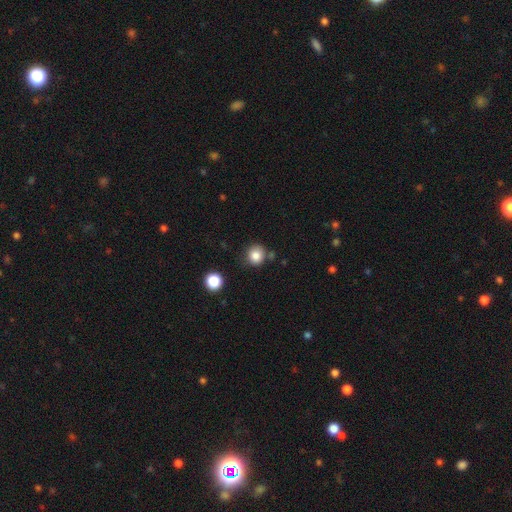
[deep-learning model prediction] smooth-or-featured: smooth: 84% | star or artifact: 11% | featured or disk: 5%
  how-rounded: round: 87% | in between: 12% | cigar-shaped: 1%
  merging: none: 76% | minor disturbance: 14% | merger: 7% | major disturbance: 4%